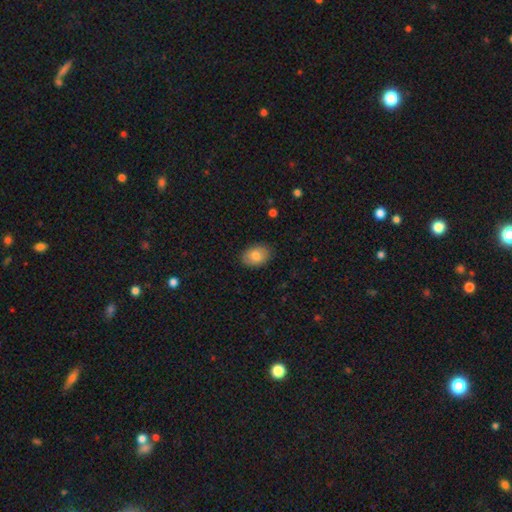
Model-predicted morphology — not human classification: The model was most divided on "how rounded": in between: 80%, round: 19%, cigar-shaped: 1%. More confident: merging — none (87%); smooth or featured — smooth (82%).